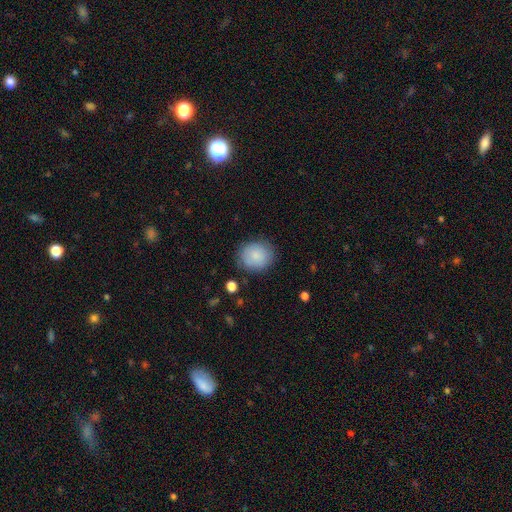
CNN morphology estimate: type=smooth (84%); roundness=round (73%); merging=none (81%).